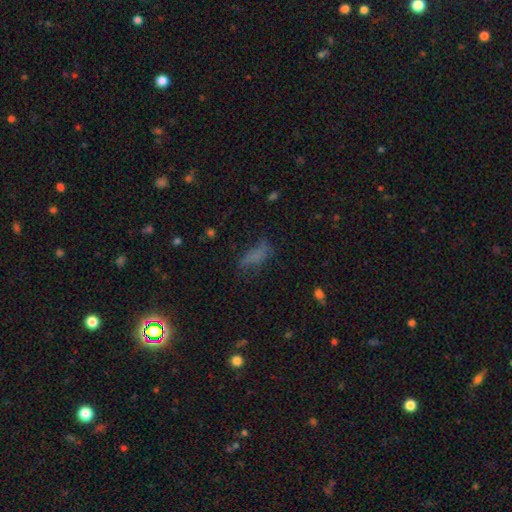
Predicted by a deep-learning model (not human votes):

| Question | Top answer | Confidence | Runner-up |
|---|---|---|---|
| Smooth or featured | smooth | 61% | featured or disk (20%) |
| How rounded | in between | 68% | cigar-shaped (27%) |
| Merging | none | 45% | minor disturbance (28%) |